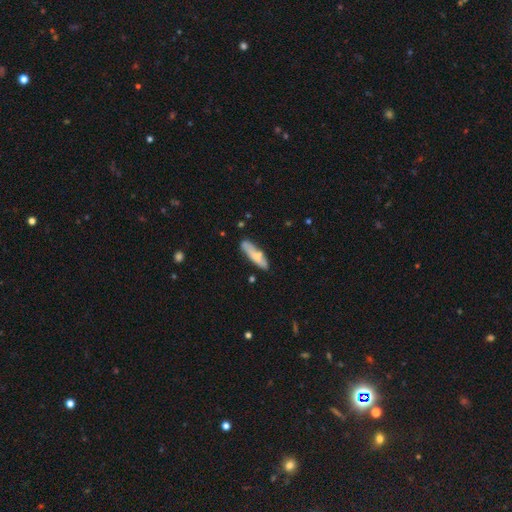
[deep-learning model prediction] smooth-or-featured: smooth: 70% | featured or disk: 24% | star or artifact: 6%
  how-rounded: cigar-shaped: 66% | in between: 32% | round: 2%
  merging: none: 69% | minor disturbance: 20% | merger: 6% | major disturbance: 4%